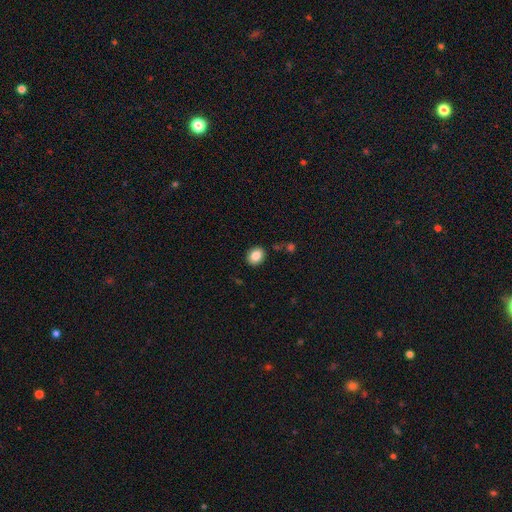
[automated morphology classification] smooth-or-featured: smooth: 86% | star or artifact: 9% | featured or disk: 6%
  how-rounded: round: 52% | in between: 47% | cigar-shaped: 1%
  merging: none: 87% | minor disturbance: 9% | major disturbance: 2% | merger: 2%